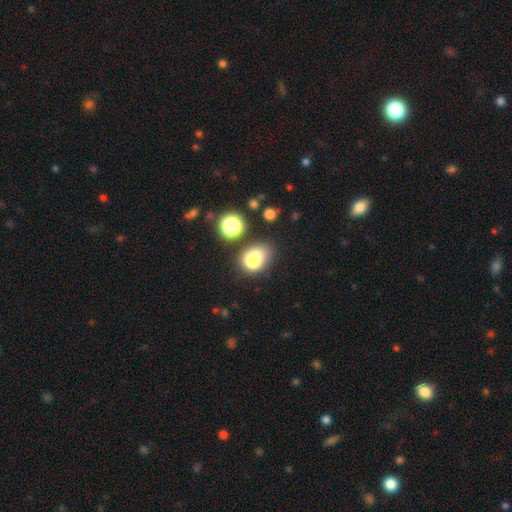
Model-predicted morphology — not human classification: Overall: smooth (74%). How rounded: in between (57%; round 42%). Merging: none (59%).